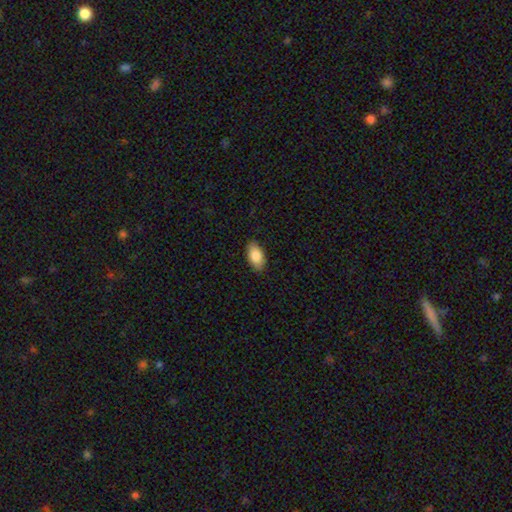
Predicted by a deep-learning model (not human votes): The model was most divided on "merging": none: 87%, minor disturbance: 10%, major disturbance: 2%, merger: 1%. More confident: how rounded — in between (94%); smooth or featured — smooth (87%).